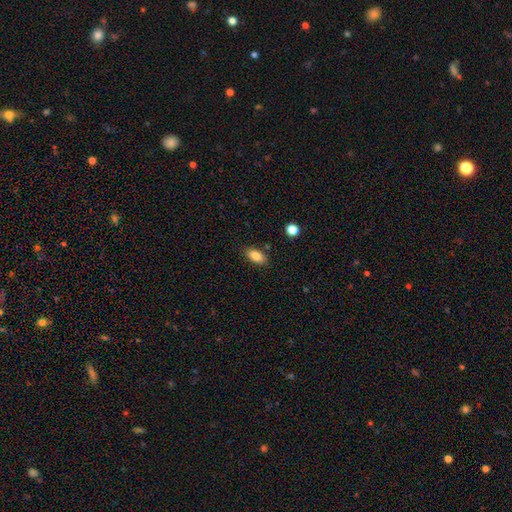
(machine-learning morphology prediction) Smooth or featured? Predicted: smooth (p=0.86). How rounded? Predicted: in between (p=0.89). Merging? Predicted: none (p=0.84).